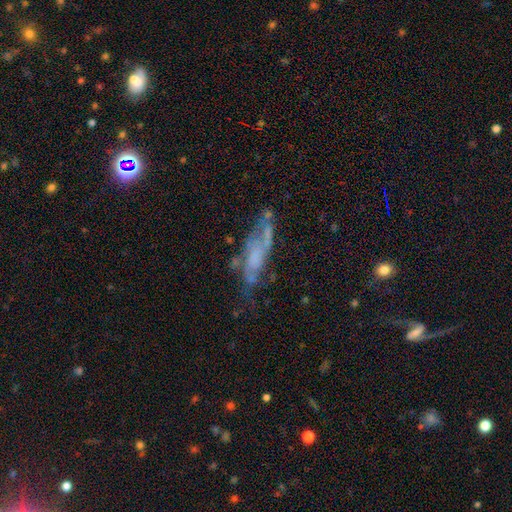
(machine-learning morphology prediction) Smooth or featured?
  - featured or disk: 57% *
  - smooth: 30%
  - star or artifact: 12%
Edge-on disk?
  - no: 74% *
  - yes: 26%
Merging?
  - none: 42% *
  - minor disturbance: 25%
  - major disturbance: 24%
  - merger: 9%